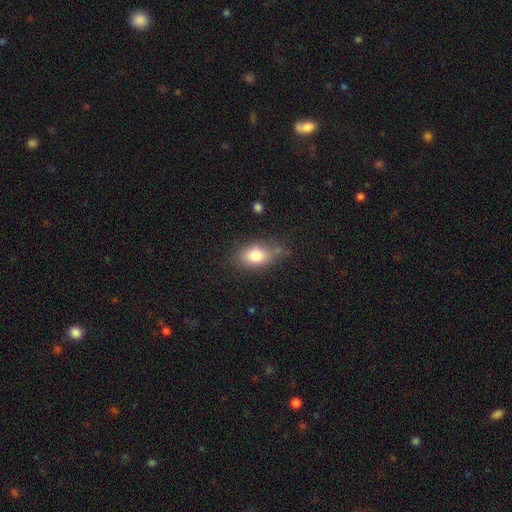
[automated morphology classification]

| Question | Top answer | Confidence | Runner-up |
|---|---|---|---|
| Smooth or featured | smooth | 80% | featured or disk (11%) |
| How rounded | in between | 79% | round (19%) |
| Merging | none | 66% | minor disturbance (23%) |